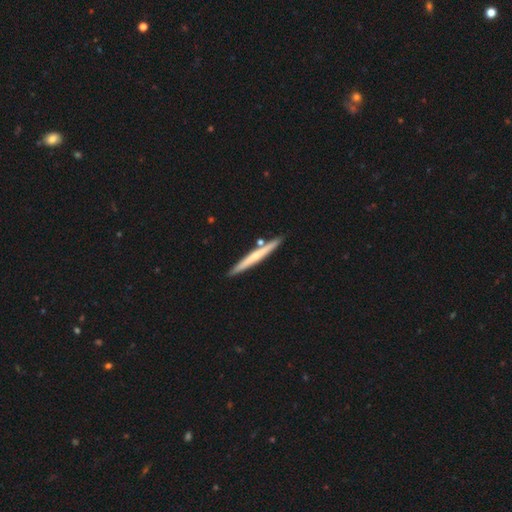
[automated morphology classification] Q: Smooth or featured?
A: featured or disk (50%); runner-up: smooth (45%)
Q: Merging?
A: none (86%); runner-up: minor disturbance (8%)